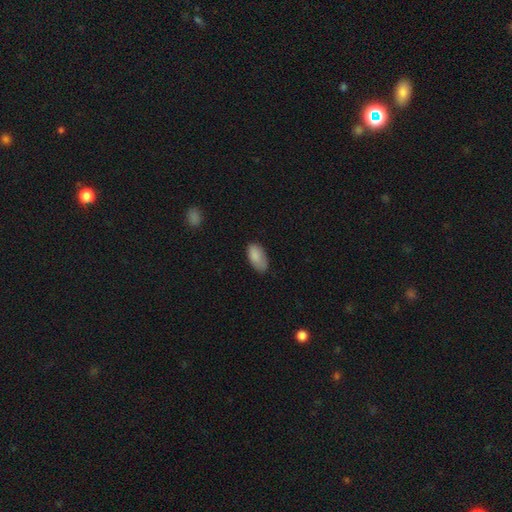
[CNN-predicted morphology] smooth-or-featured: smooth: 86% | featured or disk: 7% | star or artifact: 7%
  how-rounded: in between: 94% | cigar-shaped: 4% | round: 3%
  merging: none: 67% | minor disturbance: 27% | major disturbance: 5% | merger: 1%